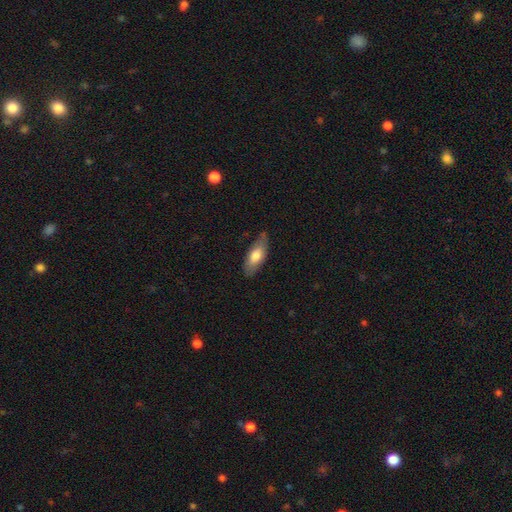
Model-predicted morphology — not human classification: This appears to be a smooth galaxy with no disk features (70%) that is in between round and cigar-shaped (74%). Merging: none (75%).